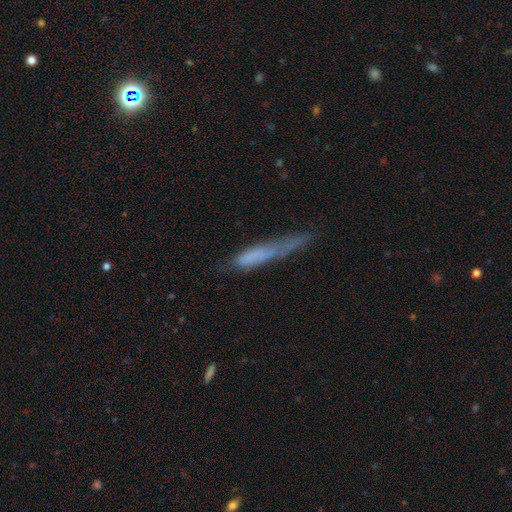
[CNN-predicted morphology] A smooth galaxy with no disk features (60%) that is cigar-shaped (88%). Merging: none (43%).